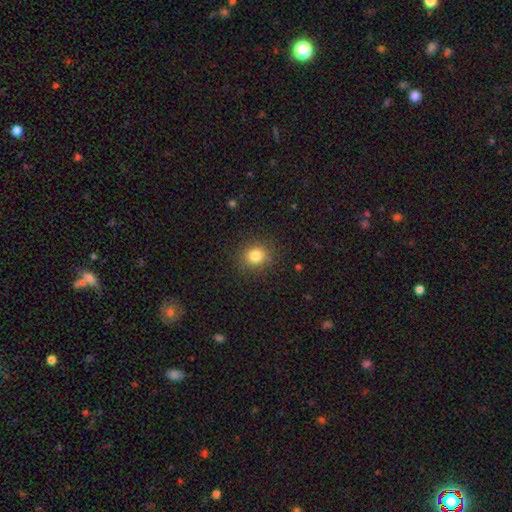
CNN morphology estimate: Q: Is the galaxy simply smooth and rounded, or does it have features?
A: smooth — 81%.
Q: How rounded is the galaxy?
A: round — 81%.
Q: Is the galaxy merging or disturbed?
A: none — 87%.